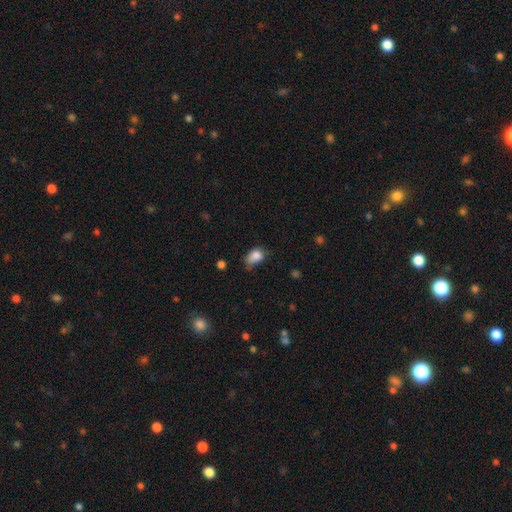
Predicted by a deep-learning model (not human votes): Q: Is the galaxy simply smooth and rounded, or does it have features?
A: smooth — 83%.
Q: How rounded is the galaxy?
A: in between — 78%.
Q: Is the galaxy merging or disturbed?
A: minor disturbance — 42%.